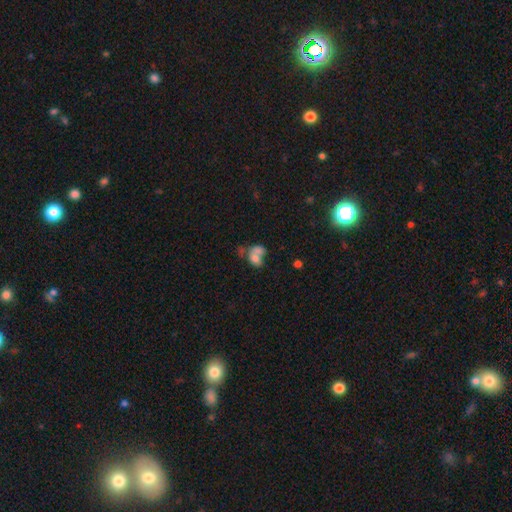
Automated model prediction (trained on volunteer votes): This is likely a smooth galaxy (67%). How rounded: likely in between (68%). Merging: likely merger (65%).